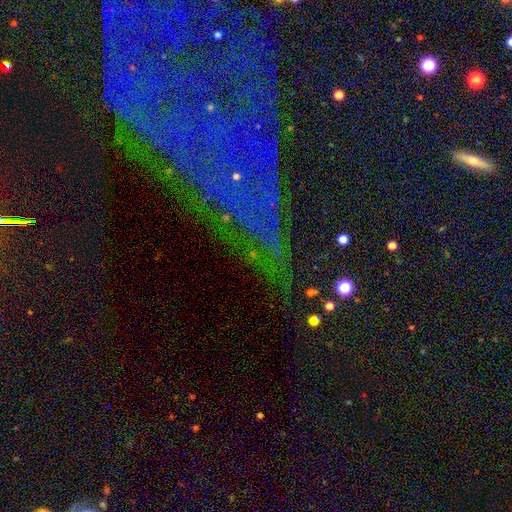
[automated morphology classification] This appears to be a star or artifact, not a galaxy (76%).